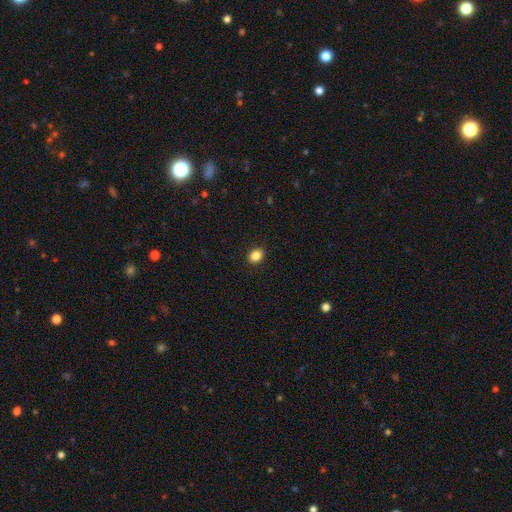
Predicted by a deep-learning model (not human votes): A smooth galaxy with no disk features (86%) that is in between round and cigar-shaped (57%).

Vote fractions:
- Smooth or featured? smooth: 86% / star or artifact: 10% / featured or disk: 4%
- How rounded? in between: 57% / round: 42% / cigar-shaped: 1%
- Merging? none: 91% / minor disturbance: 7% / major disturbance: 2% / merger: 1%